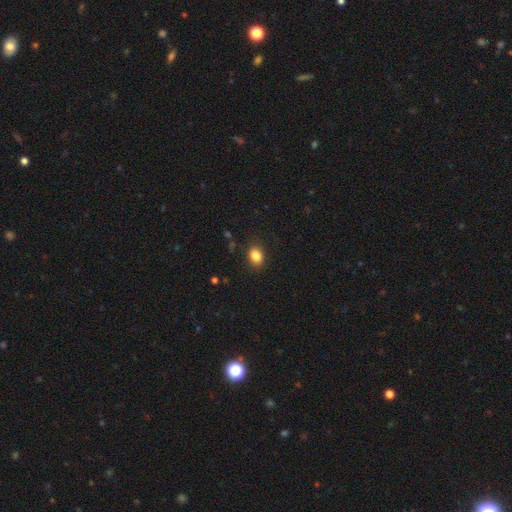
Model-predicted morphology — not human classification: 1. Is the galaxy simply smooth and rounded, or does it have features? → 86% smooth, 10% star or artifact, 4% featured or disk.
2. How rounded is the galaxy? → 60% in between, 39% round, 1% cigar-shaped.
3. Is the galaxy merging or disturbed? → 85% none, 11% minor disturbance, 3% major disturbance, 1% merger.